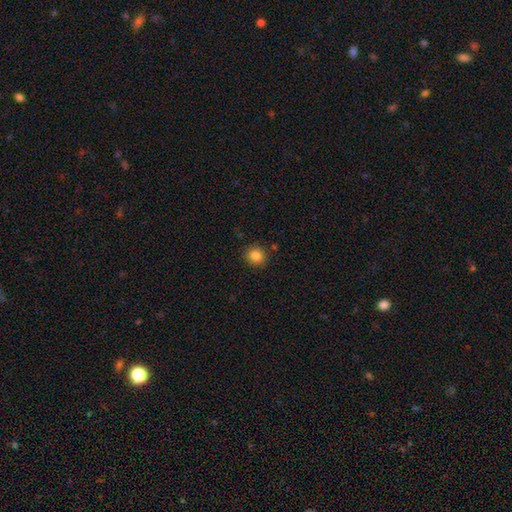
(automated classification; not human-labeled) A smooth galaxy with no disk features (84%) that is round (86%).

Vote fractions:
- Smooth or featured? smooth: 84% / star or artifact: 11% / featured or disk: 5%
- How rounded? round: 86% / in between: 13% / cigar-shaped: 1%
- Merging? none: 89% / minor disturbance: 7% / major disturbance: 2% / merger: 2%